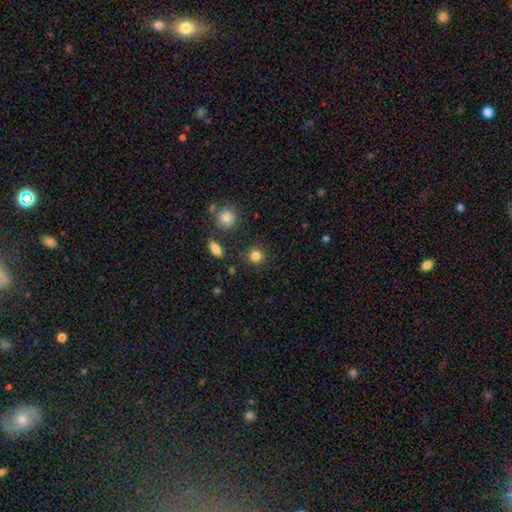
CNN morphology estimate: Smooth or featured? Predicted: smooth (p=0.84). How rounded? Predicted: round (p=0.89). Merging? Predicted: none (p=0.86).